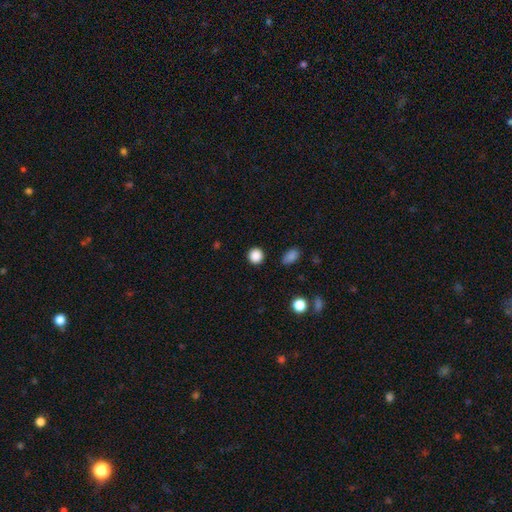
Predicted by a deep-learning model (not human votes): smooth_or_featured: smooth (p=0.87) [alt: star or artifact p=0.10]
how_rounded: round (p=0.92) [alt: in between p=0.07]
merging: none (p=0.89) [alt: minor disturbance p=0.07]